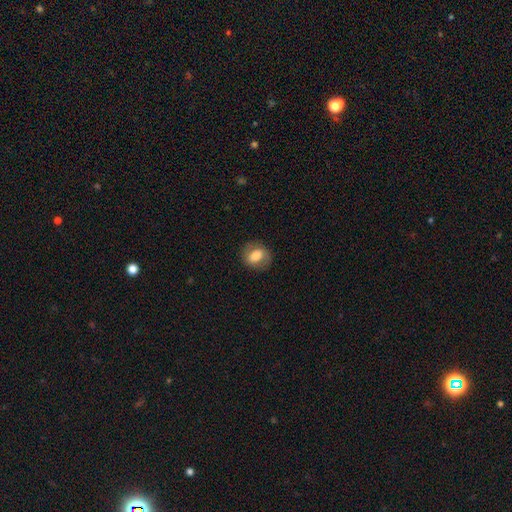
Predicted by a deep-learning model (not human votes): Overall: smooth (69%). How rounded: in between (56%; round 43%). Merging: none (80%).